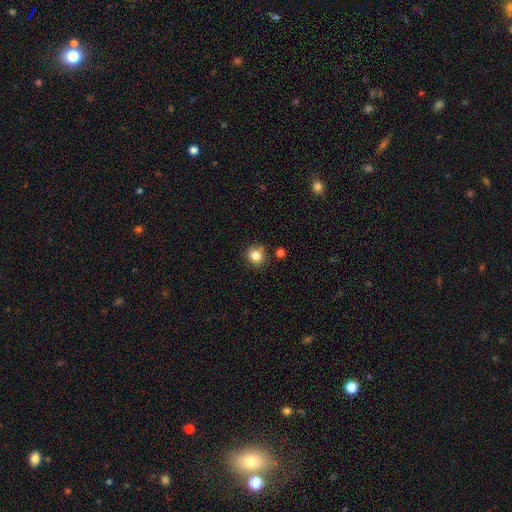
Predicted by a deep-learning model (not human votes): smooth_or_featured: smooth (p=0.83) [alt: star or artifact p=0.11]
how_rounded: round (p=0.82) [alt: in between p=0.17]
merging: none (p=0.82) [alt: minor disturbance p=0.10]